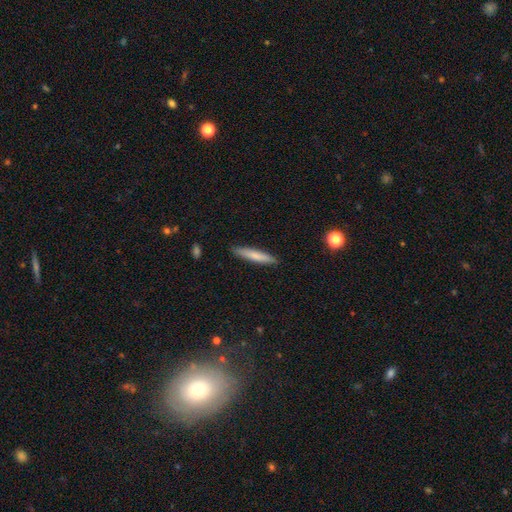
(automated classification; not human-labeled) Overall: smooth (74%). How rounded: cigar-shaped (92%). Merging: none (89%).